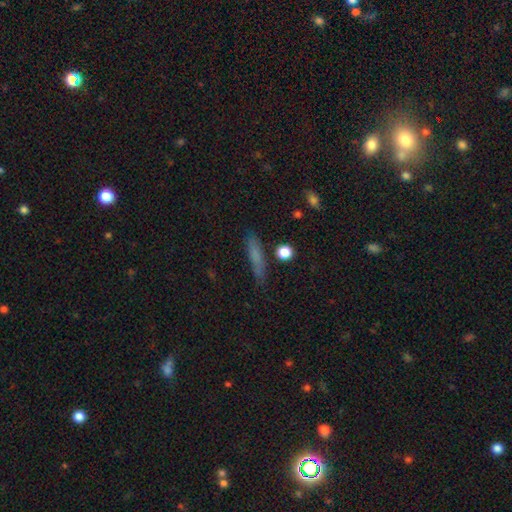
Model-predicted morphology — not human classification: smooth_or_featured: smooth (p=0.70) [alt: featured or disk p=0.19]
how_rounded: cigar-shaped (p=0.85) [alt: in between p=0.11]
merging: none (p=0.80) [alt: minor disturbance p=0.13]